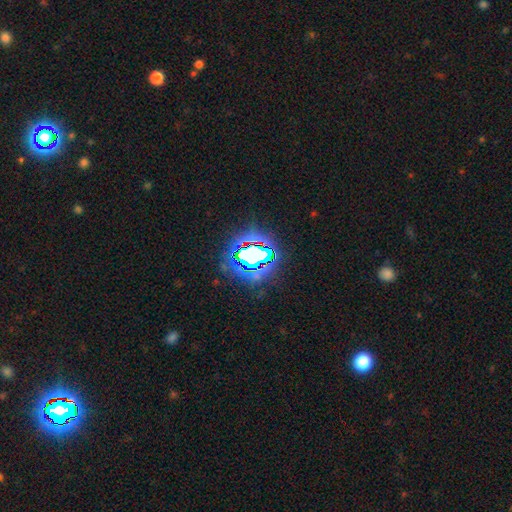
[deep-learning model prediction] A star or artifact, not a galaxy (81%).